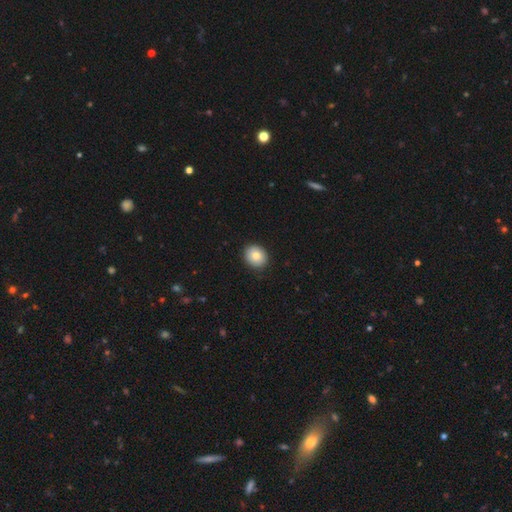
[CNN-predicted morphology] Smooth or featured? Predicted: smooth (p=0.82). How rounded? Predicted: round (p=0.71). Merging? Predicted: none (p=0.90).